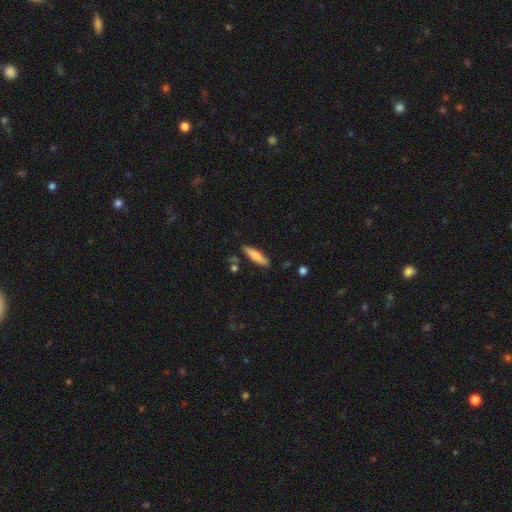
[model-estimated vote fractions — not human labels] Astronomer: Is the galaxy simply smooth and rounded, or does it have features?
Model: smooth — 74%.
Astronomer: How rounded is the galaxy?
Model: cigar-shaped — 78%.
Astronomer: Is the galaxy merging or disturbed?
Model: none — 82%.